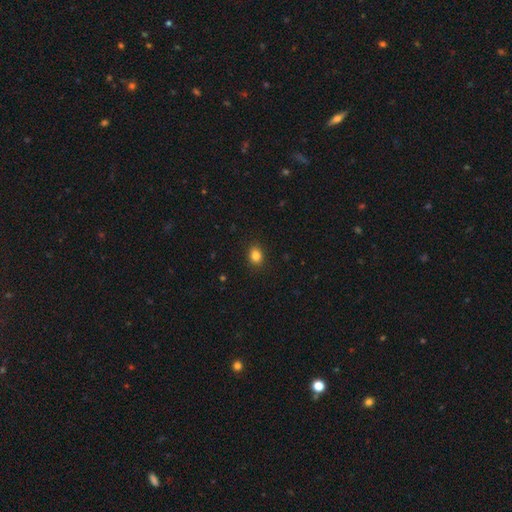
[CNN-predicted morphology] A smooth galaxy with no disk features (84%) that is in between round and cigar-shaped (52%).

Vote fractions:
- Smooth or featured? smooth: 84% / star or artifact: 11% / featured or disk: 5%
- How rounded? in between: 52% / round: 47% / cigar-shaped: 1%
- Merging? none: 89% / minor disturbance: 8% / major disturbance: 2% / merger: 1%